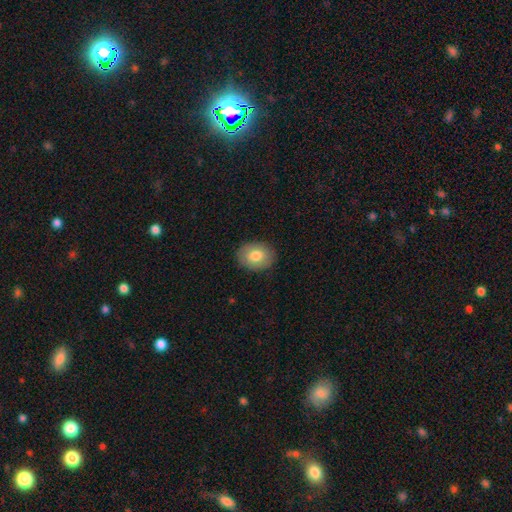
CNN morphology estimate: This is likely a smooth galaxy (78%). How rounded: possibly in between (59%). Merging: clearly none (88%).